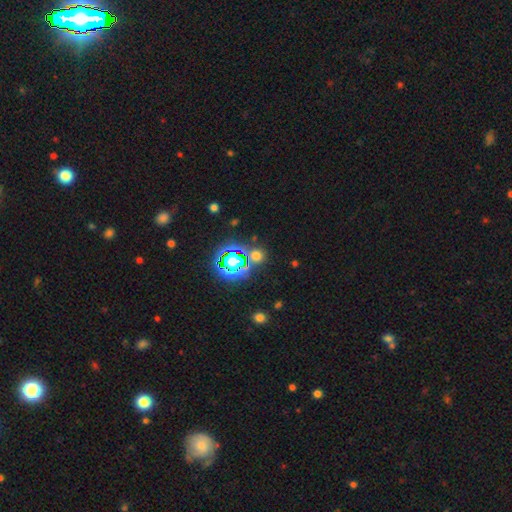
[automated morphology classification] Smooth or featured? Predicted: smooth (p=0.49). Merging? Predicted: none (p=0.77).